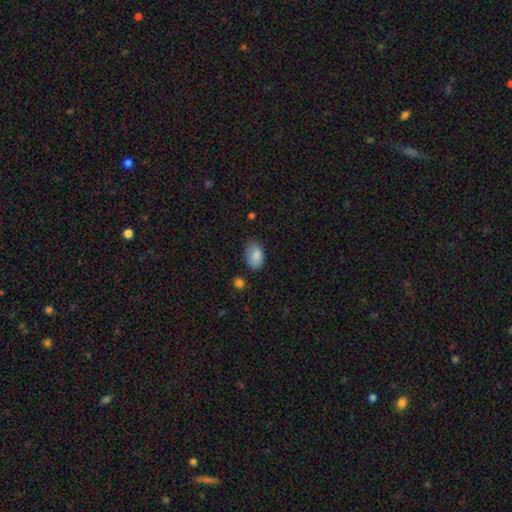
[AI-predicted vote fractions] This is clearly a smooth galaxy (86%). How rounded: clearly in between (90%). Merging: likely none (68%).